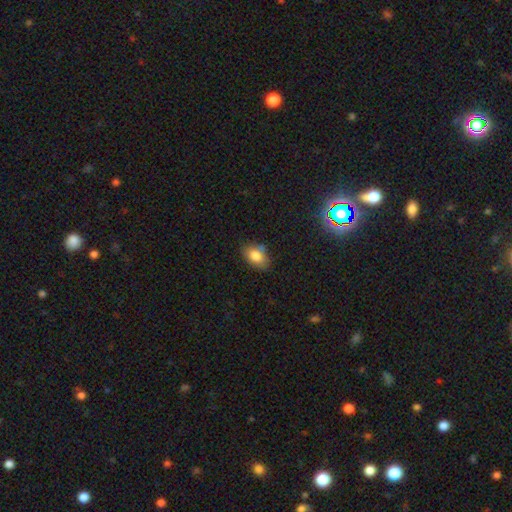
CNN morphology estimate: The model was most divided on "merging": none: 70%, minor disturbance: 21%, merger: 5%, major disturbance: 4%. More confident: how rounded — in between (87%); smooth or featured — smooth (81%).